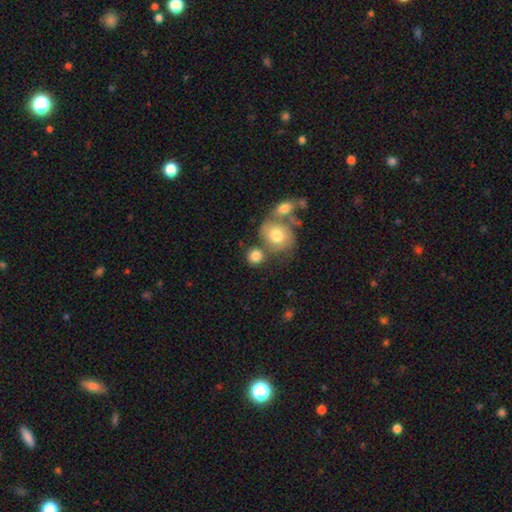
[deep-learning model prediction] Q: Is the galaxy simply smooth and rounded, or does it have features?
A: smooth — 79%.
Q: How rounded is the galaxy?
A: round — 81%.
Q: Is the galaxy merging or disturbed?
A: none — 52%.